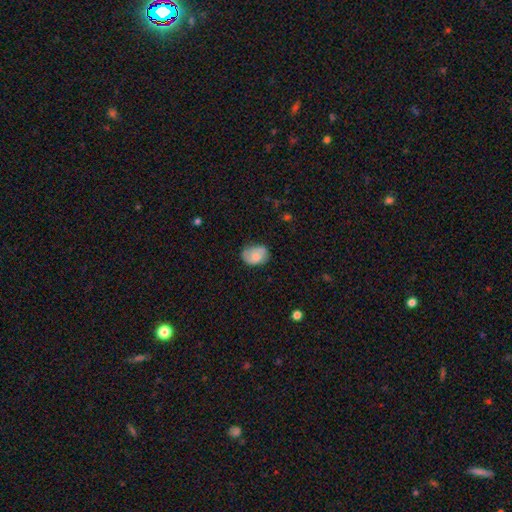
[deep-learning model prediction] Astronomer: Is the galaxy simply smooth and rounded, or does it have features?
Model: smooth — 60%.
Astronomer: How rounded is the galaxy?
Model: in between — 65%.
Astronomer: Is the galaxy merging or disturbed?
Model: none — 65%.